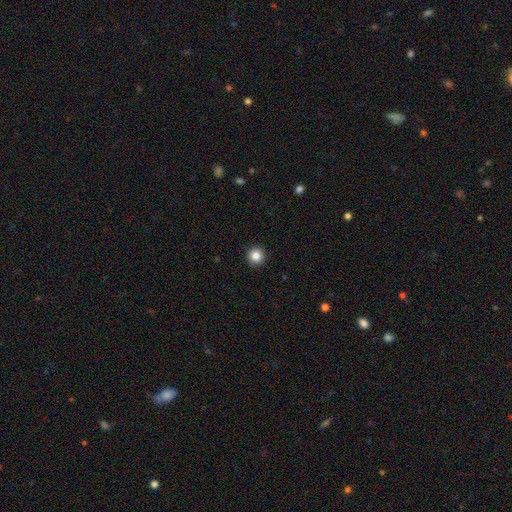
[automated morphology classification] A smooth galaxy with no disk features (85%) that is round (96%). Merging: none (93%).